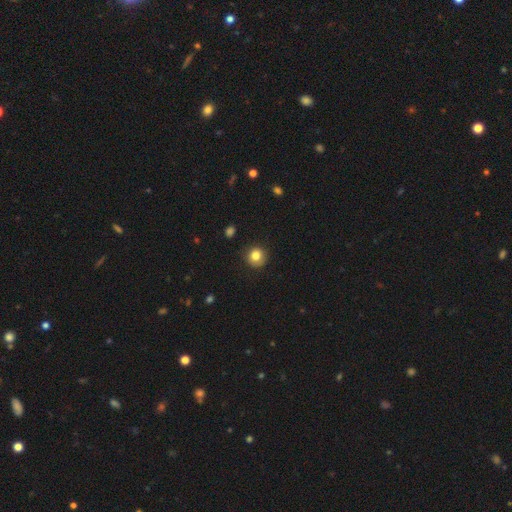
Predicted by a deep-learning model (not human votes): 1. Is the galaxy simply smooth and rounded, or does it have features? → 82% smooth, 11% star or artifact, 7% featured or disk.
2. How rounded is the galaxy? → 91% round, 8% in between, 1% cigar-shaped.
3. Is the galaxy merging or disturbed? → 86% none, 10% minor disturbance, 3% major disturbance, 1% merger.